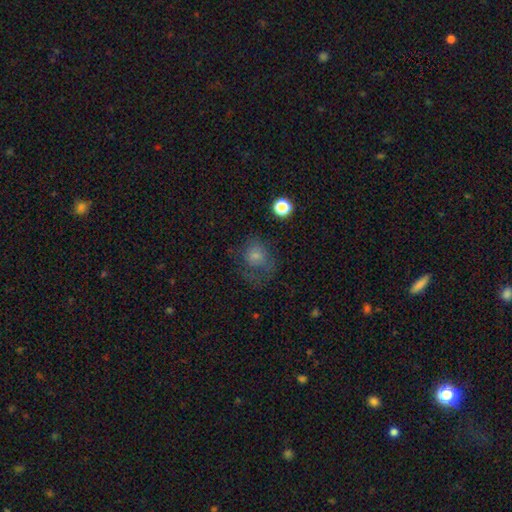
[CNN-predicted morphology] This appears to be a smooth galaxy with no disk features (56%) that is round (68%). Merging: none (50%).